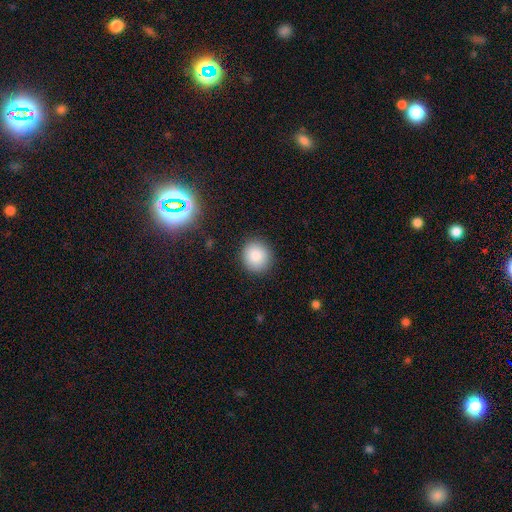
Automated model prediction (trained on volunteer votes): This is clearly a smooth galaxy (86%). How rounded: clearly round (89%). Merging: clearly none (90%).